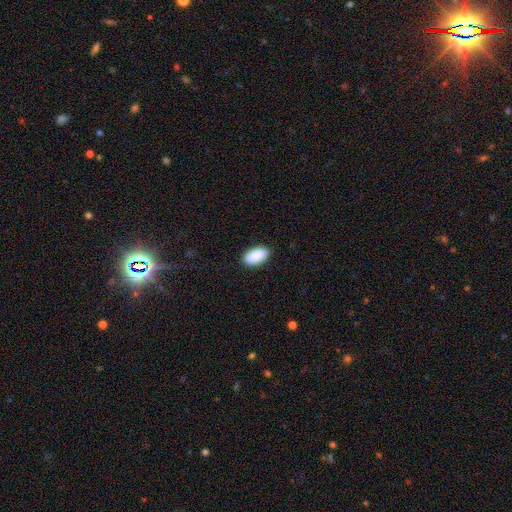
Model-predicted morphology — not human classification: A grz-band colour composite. It shows a smooth galaxy with no disk features (91%) that is in between round and cigar-shaped (95%). Merging: none (89%).